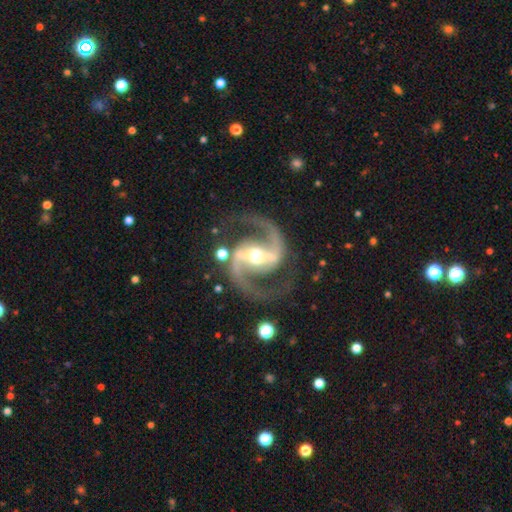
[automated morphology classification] Smooth or featured: featured or disk — 94% (star or artifact — 4%)
Edge-on disk: no — 98% (yes — 2%)
Bar: strong — 66% (weak — 25%)
Spiral arms: yes — 99% (no — 1%)
Spiral winding: medium — 71% (loose — 15%)
Spiral arm count: 2 — 95% (3 — 1%)
Bulge size: moderate — 65% (small — 25%)
Merging: none — 83% (minor disturbance — 11%)